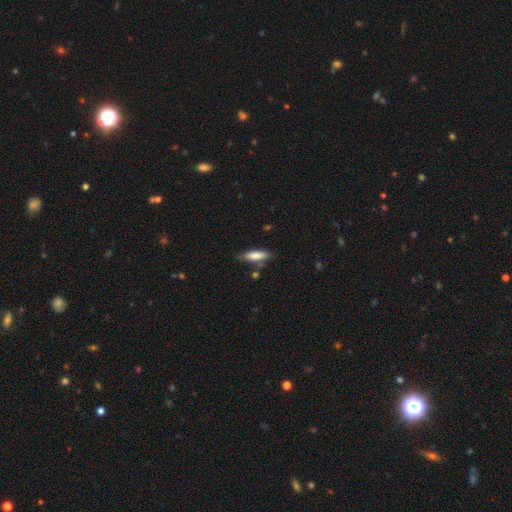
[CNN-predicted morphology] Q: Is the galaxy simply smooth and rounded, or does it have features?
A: smooth — 78%.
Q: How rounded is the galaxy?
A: cigar-shaped — 54%.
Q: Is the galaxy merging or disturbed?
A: none — 72%.